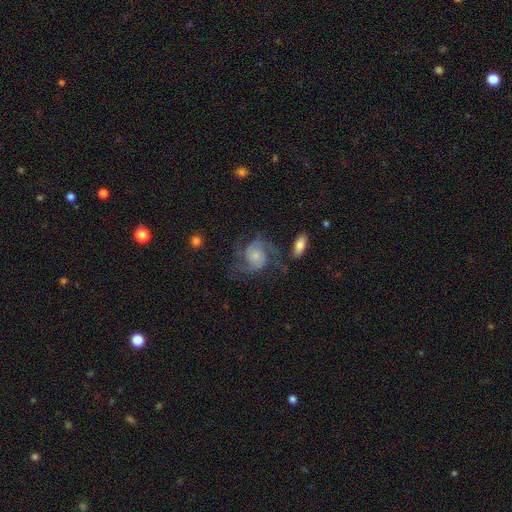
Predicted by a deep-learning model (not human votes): Smooth or featured? Predicted: featured or disk (p=0.81). Edge-on disk? Predicted: no (p=0.98). Bar? Predicted: no (p=0.74). Spiral arms? Predicted: yes (p=0.96). Spiral winding? Predicted: medium (p=0.51). Spiral arm count? Predicted: 2 (p=0.72). Bulge size? Predicted: small (p=0.56). Merging? Predicted: none (p=0.57).